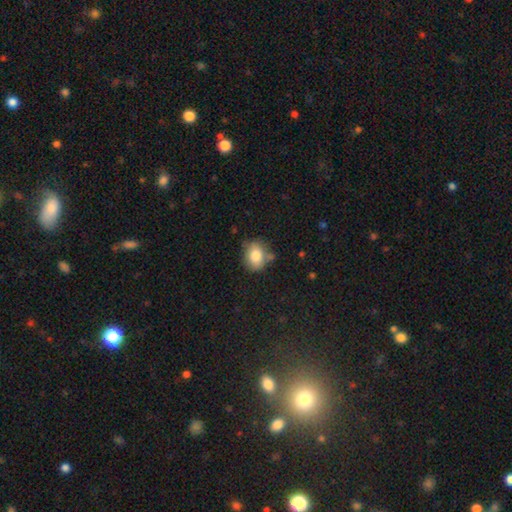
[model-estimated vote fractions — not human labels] This appears to be a smooth galaxy with no disk features (79%) that is round (49%, tied with in between). Merging: none (67%).